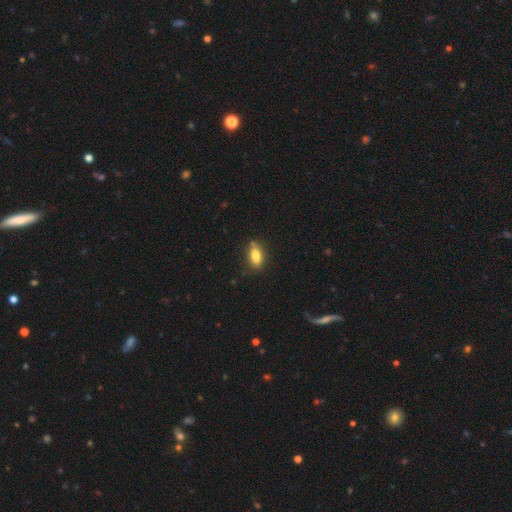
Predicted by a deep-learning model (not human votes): This is likely a smooth galaxy (79%). How rounded: clearly in between (81%). Merging: likely none (73%).